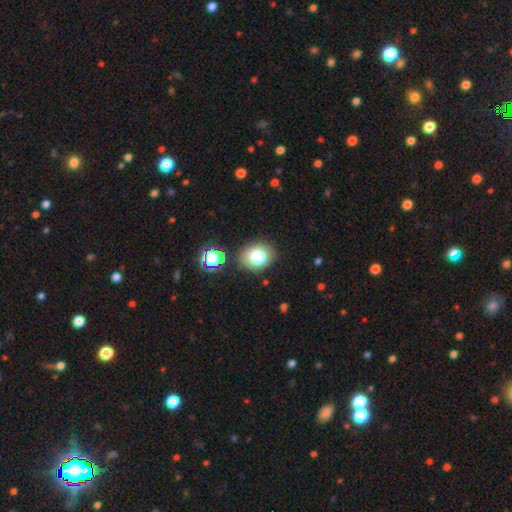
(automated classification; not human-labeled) Morphology: type=smooth (76%); roundness=round (58%); merging=none (83%).